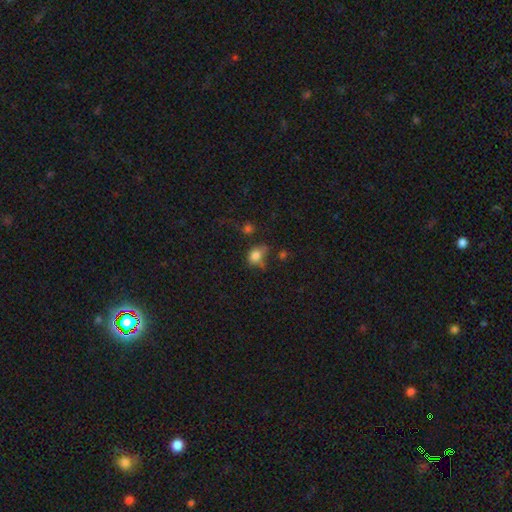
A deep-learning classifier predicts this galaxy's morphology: Smooth or featured? smooth (79%)
How rounded? round (52%)
Merging? none (47%)